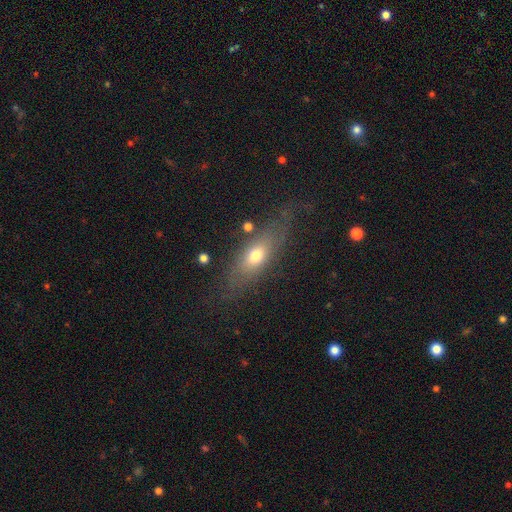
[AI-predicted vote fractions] smooth-or-featured: smooth: 55% | featured or disk: 35% | star or artifact: 9%
  how-rounded: in between: 60% | cigar-shaped: 33% | round: 7%
  merging: none: 69% | minor disturbance: 17% | major disturbance: 11% | merger: 3%